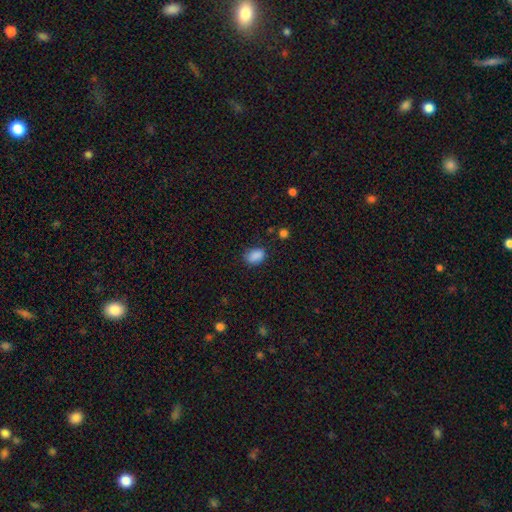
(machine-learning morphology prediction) This is clearly a smooth galaxy (86%). How rounded: likely in between (77%). Merging: likely none (74%).